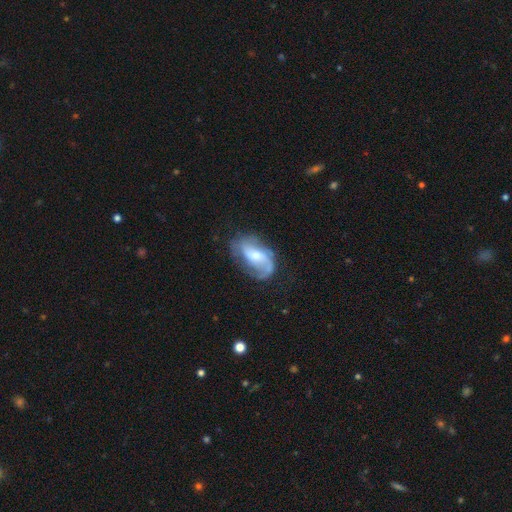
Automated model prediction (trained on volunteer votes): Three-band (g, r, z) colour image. It shows a featured or disk galaxy (78%) with no bar (48%), 2 (66%) loose (44%) spiral arms (92%) and a moderate central bulge (51%). Merging: none (58%).